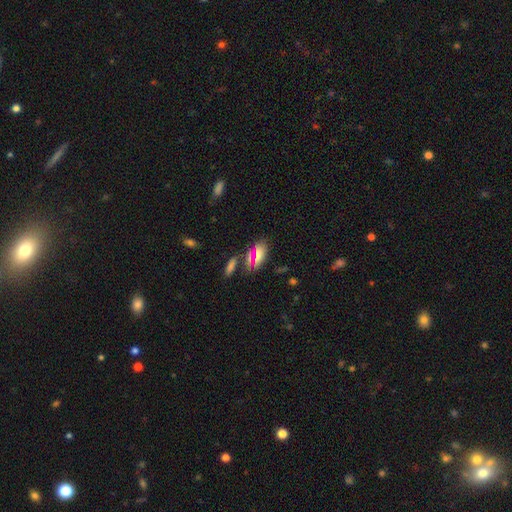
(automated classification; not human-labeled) Smooth or featured? Predicted: smooth (p=0.63). How rounded? Predicted: in between (p=0.86). Merging? Predicted: none (p=0.64).